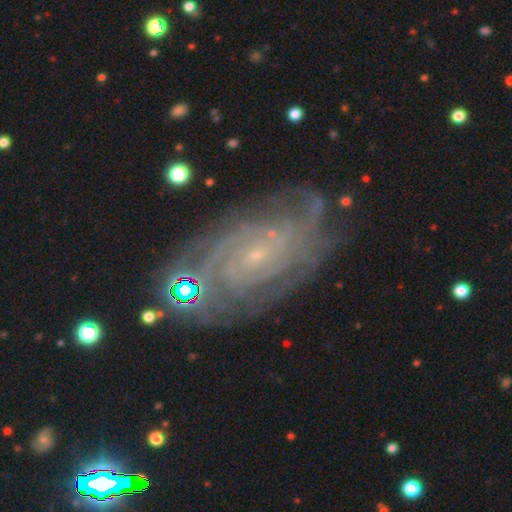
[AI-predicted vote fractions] Smooth or featured? Predicted: featured or disk (p=0.87). Edge-on disk? Predicted: no (p=0.96). Bar? Predicted: no (p=0.67). Spiral arms? Predicted: yes (p=0.96). Spiral winding? Predicted: tight (p=0.71). Spiral arm count? Predicted: can't tell (p=0.29). Bulge size? Predicted: small (p=0.86). Merging? Predicted: none (p=0.71).